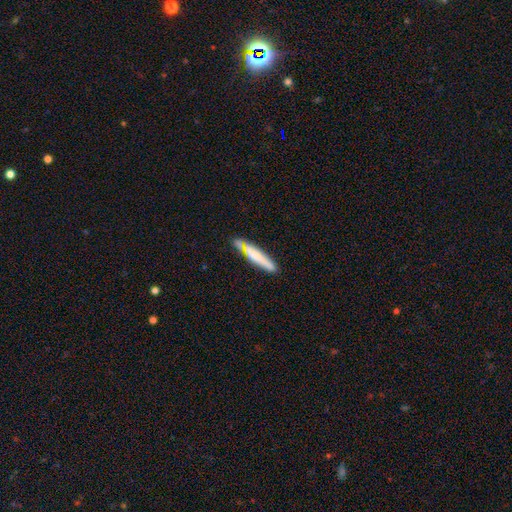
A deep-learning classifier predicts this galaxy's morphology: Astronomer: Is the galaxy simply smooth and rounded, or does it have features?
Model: smooth — 67%.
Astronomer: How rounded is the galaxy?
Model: cigar-shaped — 90%.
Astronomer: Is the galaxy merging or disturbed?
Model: none — 68%.